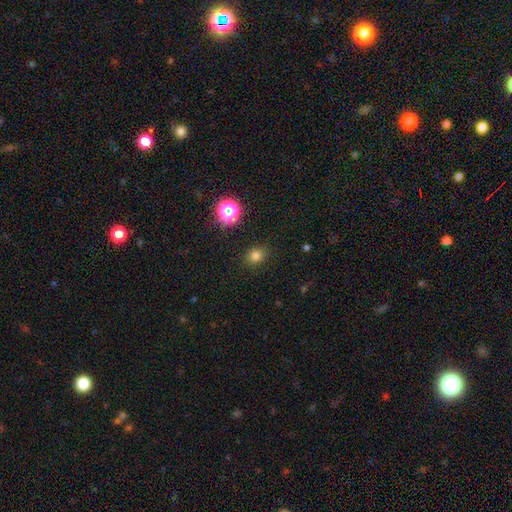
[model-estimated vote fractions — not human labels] Overall: smooth (77%). How rounded: round (69%; in between 30%). Merging: none (86%).